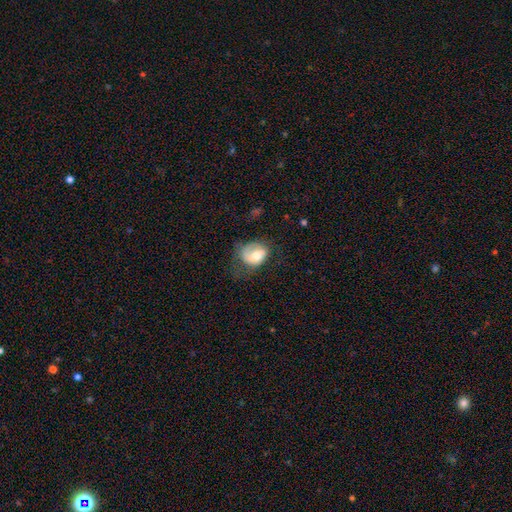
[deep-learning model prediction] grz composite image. It shows a smooth galaxy with no disk features (53%) that is in between round and cigar-shaped (63%). Merging: none (39%).